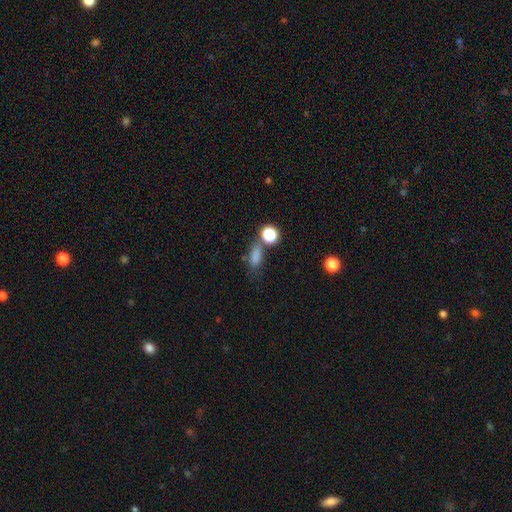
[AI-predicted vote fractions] Overall: smooth (77%). How rounded: in between (68%). Merging: none (57%; minor disturbance 18%).